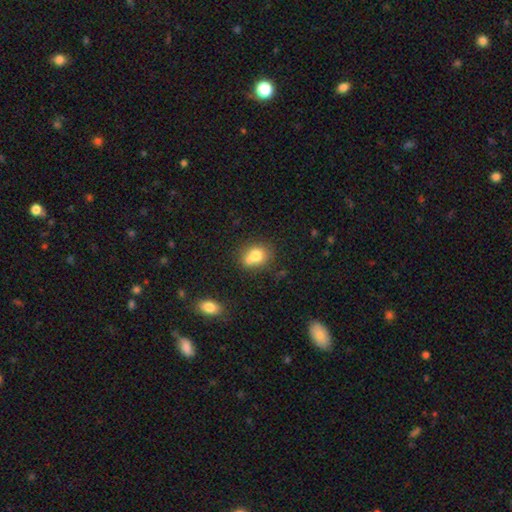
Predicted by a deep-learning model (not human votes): smooth_or_featured: smooth (p=0.74) [alt: featured or disk p=0.15]
how_rounded: round (p=0.61) [alt: in between p=0.38]
merging: none (p=0.43) [alt: merger p=0.36]